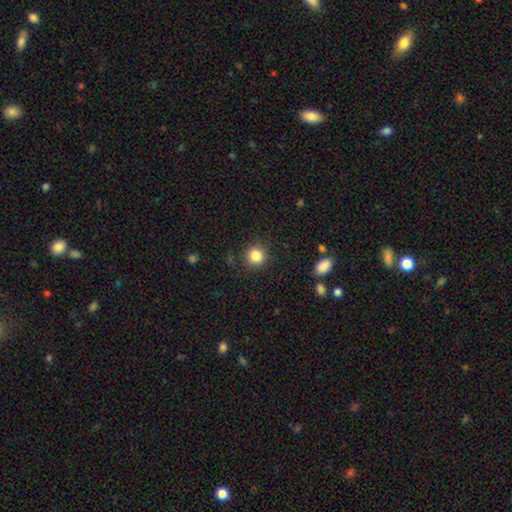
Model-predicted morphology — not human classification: Smooth or featured? Predicted: smooth (p=0.84). How rounded? Predicted: round (p=0.92). Merging? Predicted: none (p=0.90).